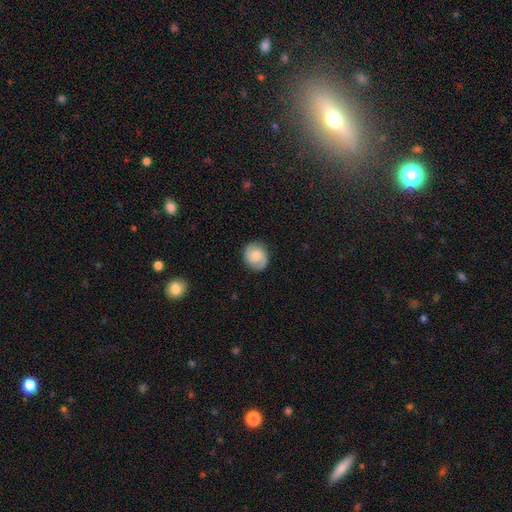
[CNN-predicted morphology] A featured or disk galaxy (47%).

Vote fractions:
- Smooth or featured? featured or disk: 47% / smooth: 45% / star or artifact: 8%
- Merging? none: 83% / minor disturbance: 12% / major disturbance: 3% / merger: 1%